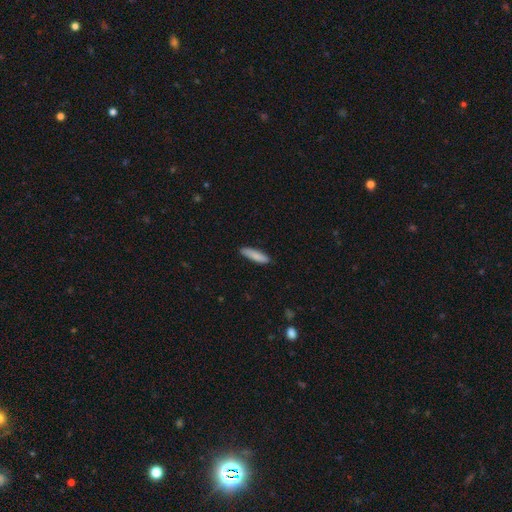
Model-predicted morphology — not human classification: The model was most divided on "how rounded": cigar-shaped: 75%, in between: 23%, round: 1%. More confident: merging — none (86%); smooth or featured — smooth (86%).